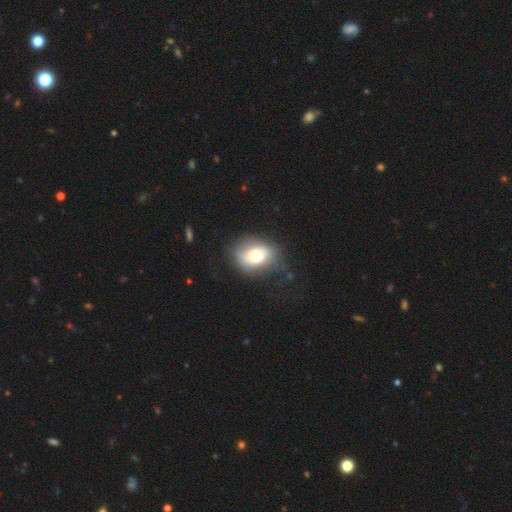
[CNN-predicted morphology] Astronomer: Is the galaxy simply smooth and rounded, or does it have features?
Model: smooth — 69%.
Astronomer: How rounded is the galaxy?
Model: in between — 66%.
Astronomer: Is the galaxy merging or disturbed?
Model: none — 60%.